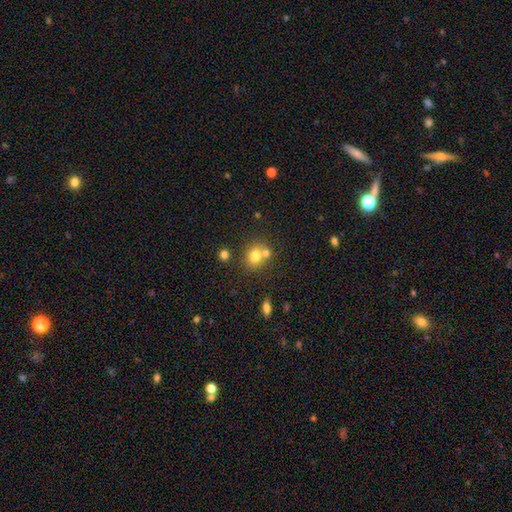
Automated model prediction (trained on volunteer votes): A smooth galaxy with no disk features (74%) that is round (71%). Merging: none (52%).